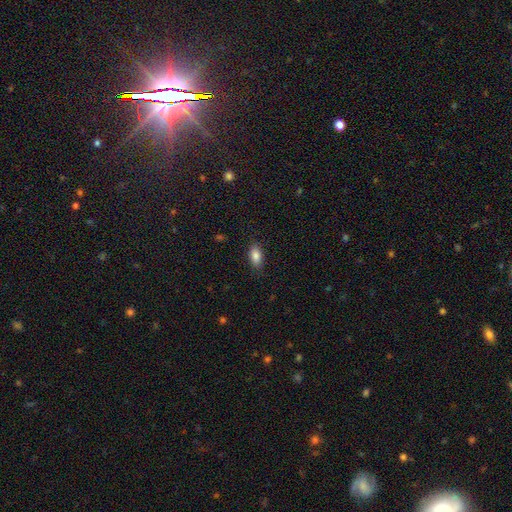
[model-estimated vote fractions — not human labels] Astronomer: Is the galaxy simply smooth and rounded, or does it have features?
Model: smooth — 85%.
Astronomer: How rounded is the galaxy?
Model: in between — 89%.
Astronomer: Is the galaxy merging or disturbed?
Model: none — 86%.